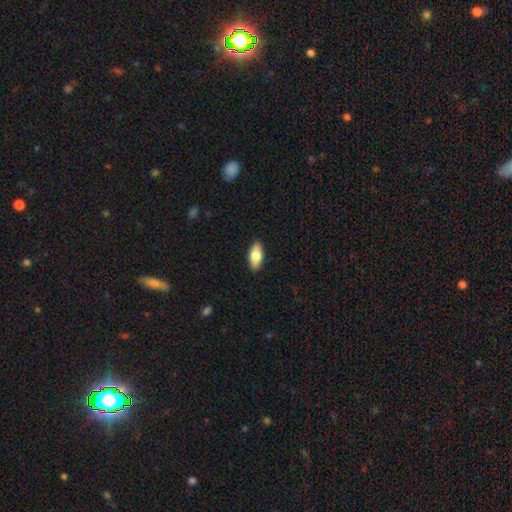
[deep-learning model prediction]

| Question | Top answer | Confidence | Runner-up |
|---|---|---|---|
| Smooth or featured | smooth | 77% | featured or disk (17%) |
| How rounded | in between | 86% | cigar-shaped (12%) |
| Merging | none | 90% | minor disturbance (8%) |